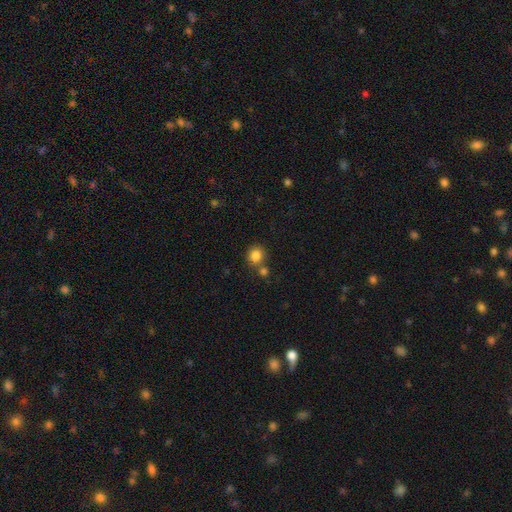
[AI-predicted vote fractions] A smooth galaxy with no disk features (84%) that is round (87%).

Vote fractions:
- Smooth or featured? smooth: 84% / star or artifact: 10% / featured or disk: 6%
- How rounded? round: 87% / in between: 12% / cigar-shaped: 1%
- Merging? none: 67% / merger: 20% / minor disturbance: 10% / major disturbance: 3%